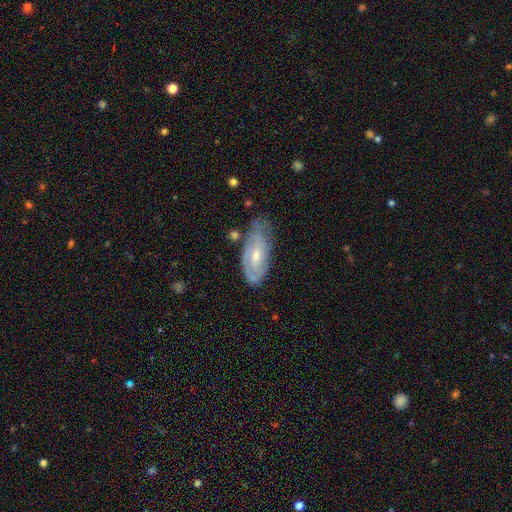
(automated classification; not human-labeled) Q: Smooth or featured?
A: featured or disk (67%); runner-up: smooth (27%)
Q: Edge-on disk?
A: no (88%); runner-up: yes (12%)
Q: Bar?
A: no (53%); runner-up: weak (39%)
Q: Spiral arms?
A: yes (78%); runner-up: no (22%)
Q: Bulge size?
A: moderate (54%); runner-up: small (38%)
Q: Merging?
A: none (57%); runner-up: minor disturbance (30%)